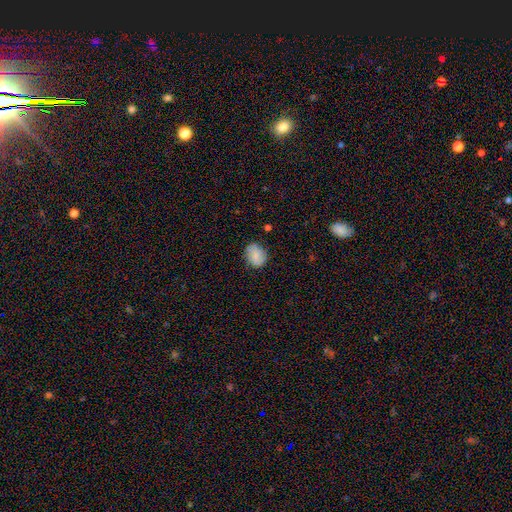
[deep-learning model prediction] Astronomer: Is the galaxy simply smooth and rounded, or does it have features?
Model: smooth — 80%.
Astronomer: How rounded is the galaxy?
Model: in between — 58% (runner-up: round, 41%).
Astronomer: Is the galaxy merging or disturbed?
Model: none — 76%.